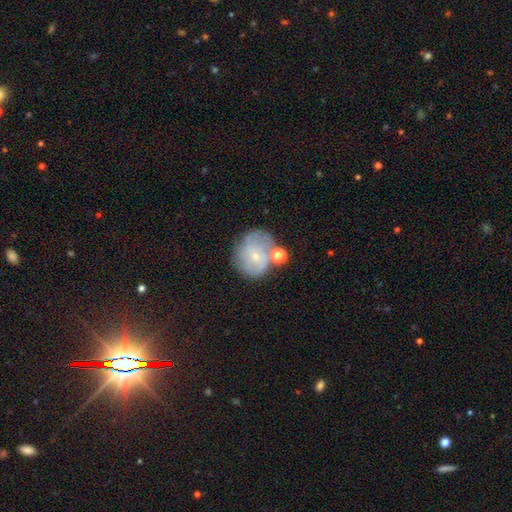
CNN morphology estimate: The model was most divided on "smooth or featured": featured or disk: 50%, smooth: 39%, star or artifact: 10%. Remaining: edge-on disk — no (97%); merging — none (49%).